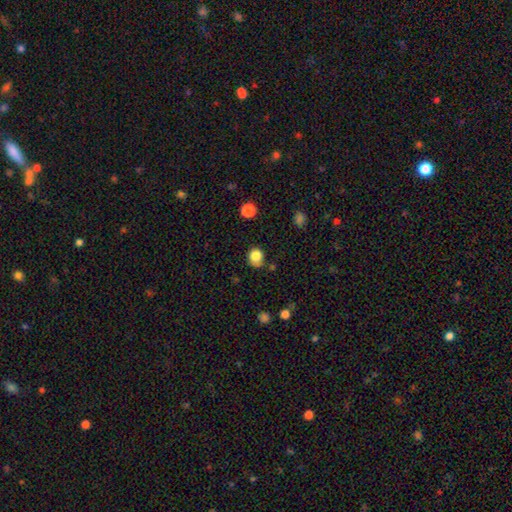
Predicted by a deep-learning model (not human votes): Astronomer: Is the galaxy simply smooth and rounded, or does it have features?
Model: smooth — 83%.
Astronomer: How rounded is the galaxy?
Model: round — 81%.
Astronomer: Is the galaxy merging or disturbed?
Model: none — 68%.